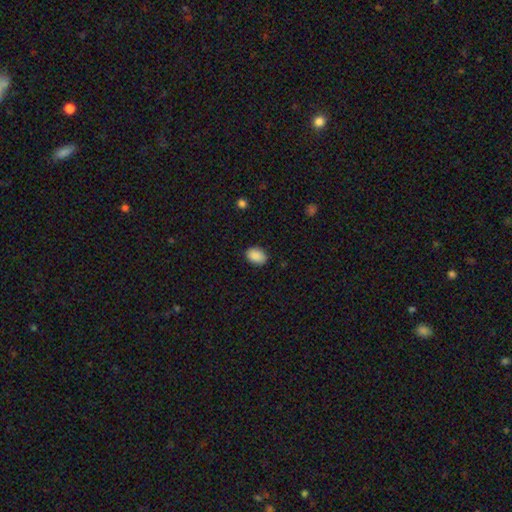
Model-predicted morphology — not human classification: Overall: smooth (90%). How rounded: in between (80%). Merging: none (86%).